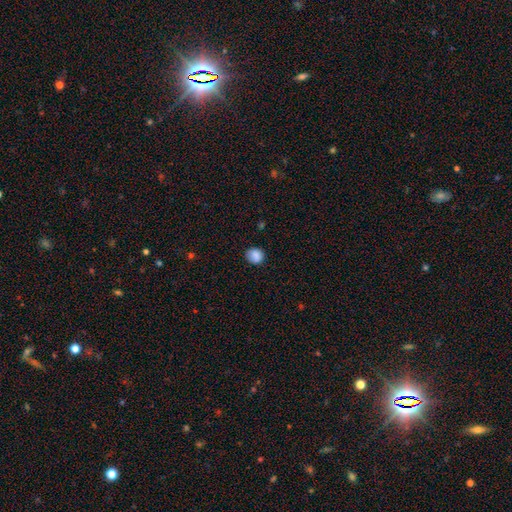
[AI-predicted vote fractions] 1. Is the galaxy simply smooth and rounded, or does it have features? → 86% smooth, 9% star or artifact, 5% featured or disk.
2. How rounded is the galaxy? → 77% round, 22% in between, 1% cigar-shaped.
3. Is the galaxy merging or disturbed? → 79% none, 16% minor disturbance, 3% major disturbance, 1% merger.